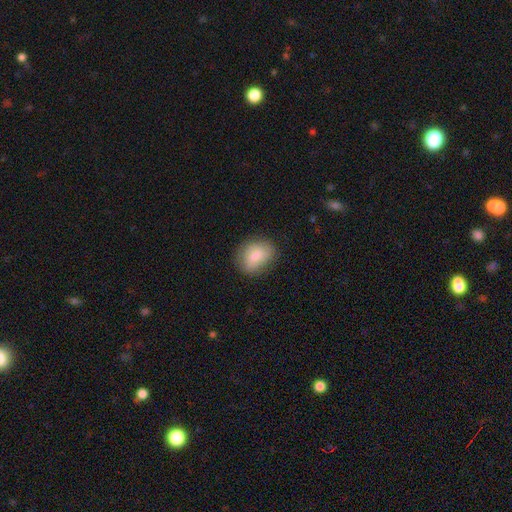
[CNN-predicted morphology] The model was most divided on "how rounded": in between: 59%, round: 39%, cigar-shaped: 1%. More confident: smooth or featured — smooth (81%); merging — none (79%).